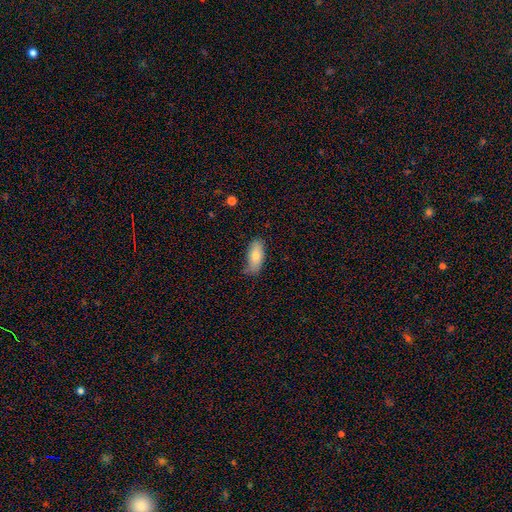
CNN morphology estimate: This appears to be a smooth galaxy with no disk features (79%) that is in between round and cigar-shaped (85%). Merging: none (61%).